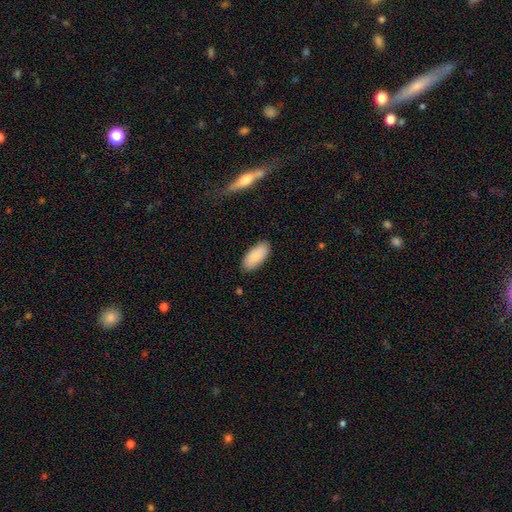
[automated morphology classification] This is clearly a smooth galaxy (85%). How rounded: clearly in between (91%). Merging: clearly none (87%).